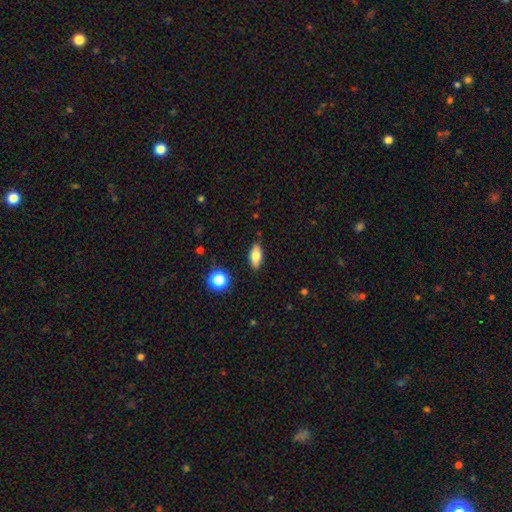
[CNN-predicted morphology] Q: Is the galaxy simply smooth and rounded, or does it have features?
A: smooth — 68%.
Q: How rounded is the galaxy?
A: in between — 73%.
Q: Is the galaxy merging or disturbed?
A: none — 86%.